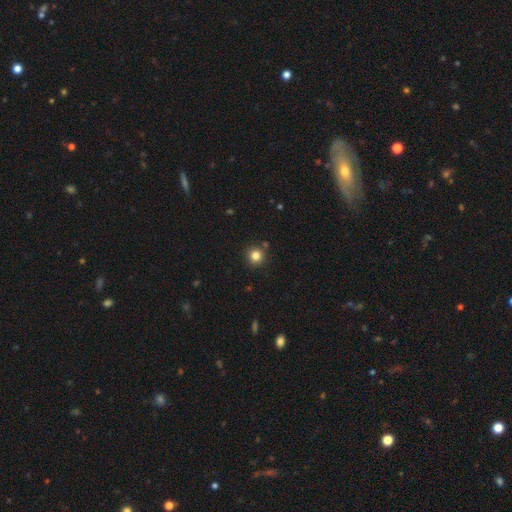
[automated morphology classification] type=smooth (82%); roundness=round (94%); merging=none (88%).